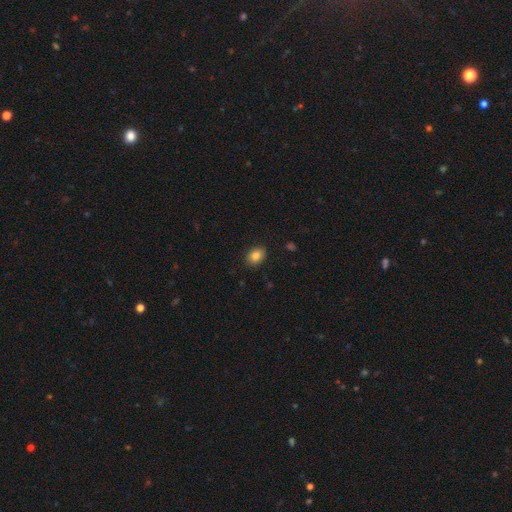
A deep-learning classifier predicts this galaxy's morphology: A smooth galaxy with no disk features (84%) that is in between round and cigar-shaped (67%). Merging: none (88%).